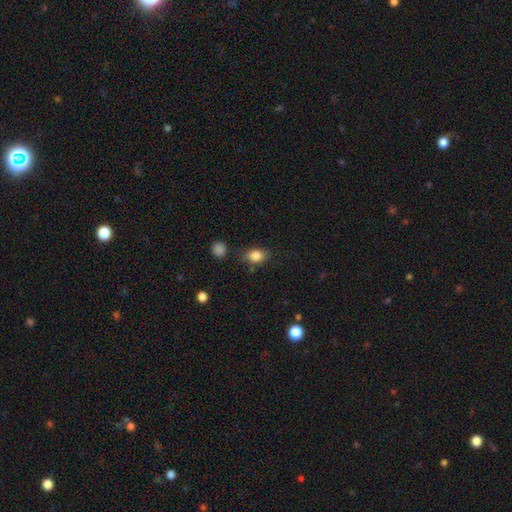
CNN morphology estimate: Q: Smooth or featured?
A: smooth (84%); runner-up: star or artifact (10%)
Q: How rounded?
A: in between (67%); runner-up: round (32%)
Q: Merging?
A: none (73%); runner-up: minor disturbance (18%)